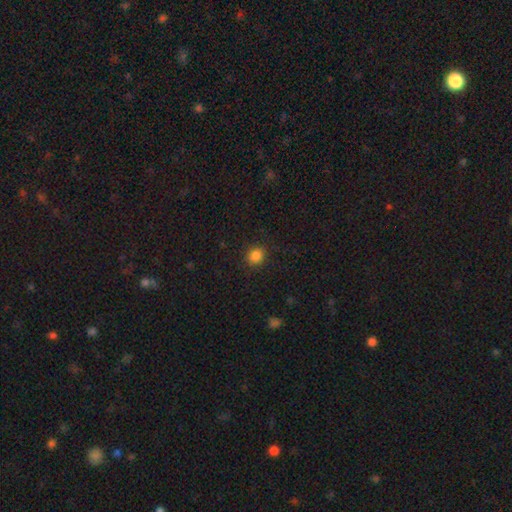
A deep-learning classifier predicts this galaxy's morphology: Smooth or featured?
  - smooth: 84% *
  - star or artifact: 12%
  - featured or disk: 4%
How rounded?
  - round: 82% *
  - in between: 17%
  - cigar-shaped: 1%
Merging?
  - none: 90% *
  - minor disturbance: 7%
  - major disturbance: 2%
  - merger: 1%